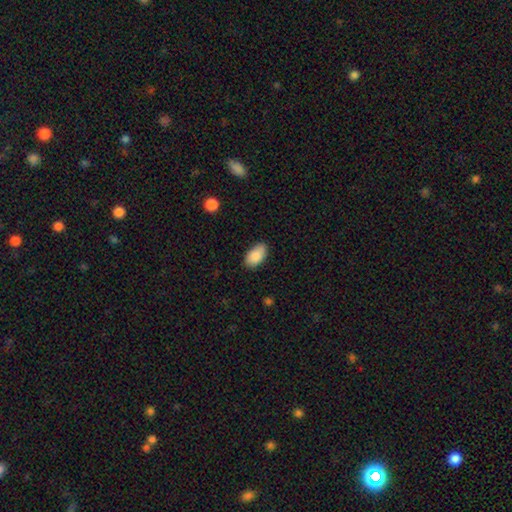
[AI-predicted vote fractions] Smooth or featured: smooth — 88% (star or artifact — 7%)
How rounded: in between — 95% (round — 4%)
Merging: none — 84% (minor disturbance — 13%)